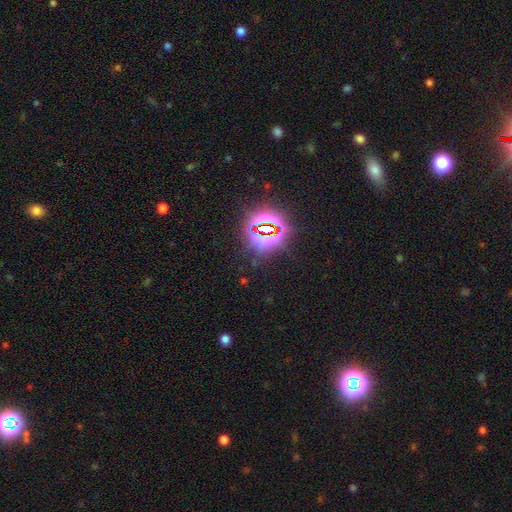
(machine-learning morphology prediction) This appears to be a star or artifact, not a galaxy (80%).